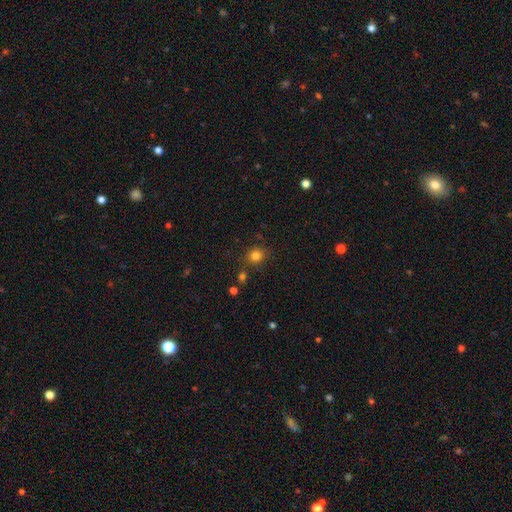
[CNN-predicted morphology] A smooth galaxy with no disk features (80%) that is round (82%).

Vote fractions:
- Smooth or featured? smooth: 80% / star or artifact: 14% / featured or disk: 6%
- How rounded? round: 82% / in between: 17% / cigar-shaped: 1%
- Merging? none: 80% / minor disturbance: 11% / merger: 6% / major disturbance: 3%